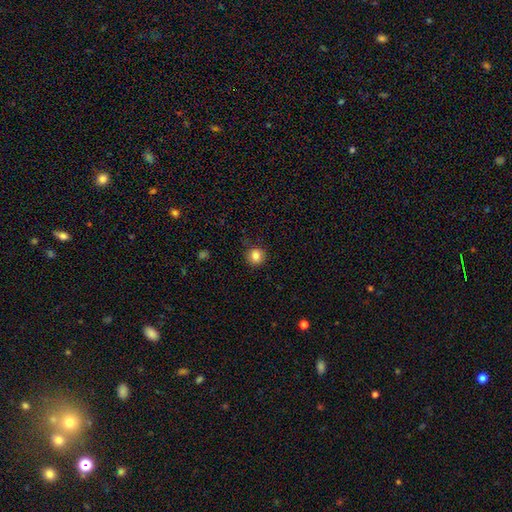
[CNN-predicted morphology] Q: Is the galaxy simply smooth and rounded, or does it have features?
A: smooth — 85%.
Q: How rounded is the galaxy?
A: round — 92%.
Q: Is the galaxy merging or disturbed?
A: none — 86%.